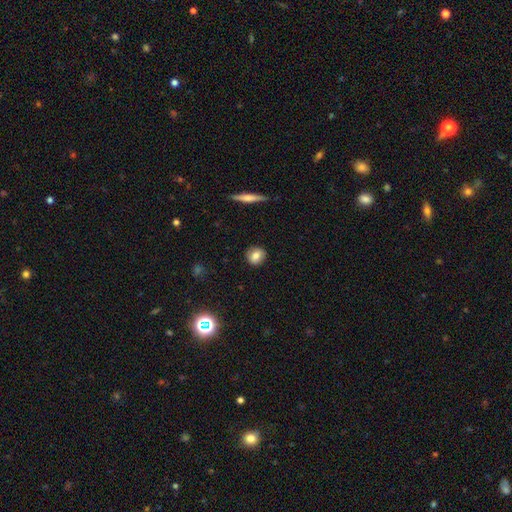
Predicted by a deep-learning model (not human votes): This is likely a smooth galaxy (80%). How rounded: likely round (79%). Merging: clearly none (90%).